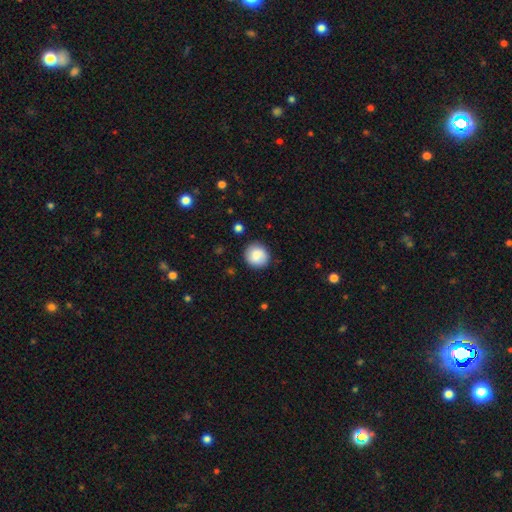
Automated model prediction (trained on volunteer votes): Smooth or featured?
  - smooth: 86% *
  - star or artifact: 8%
  - featured or disk: 7%
How rounded?
  - round: 90% *
  - in between: 9%
  - cigar-shaped: 1%
Merging?
  - none: 88% *
  - minor disturbance: 9%
  - major disturbance: 2%
  - merger: 1%